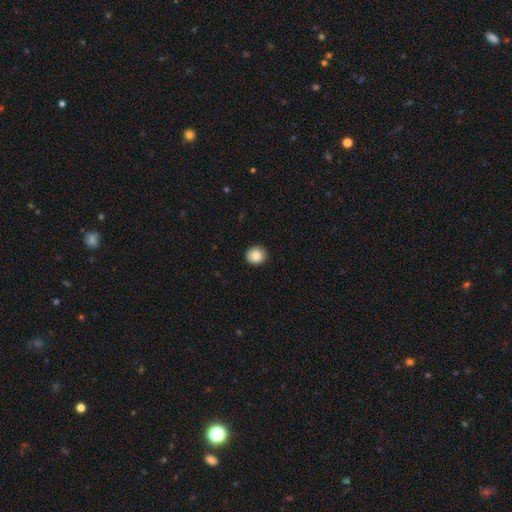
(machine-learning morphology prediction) Smooth or featured: smooth — 87% (star or artifact — 9%)
How rounded: round — 83% (in between — 16%)
Merging: none — 91% (minor disturbance — 6%)